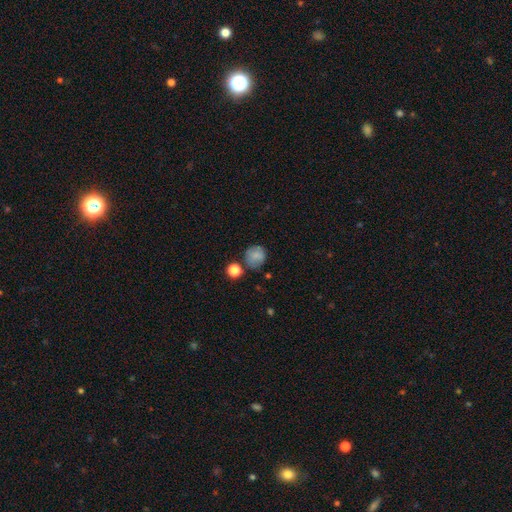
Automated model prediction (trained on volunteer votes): smooth-or-featured: smooth: 78% | featured or disk: 12% | star or artifact: 10%
  how-rounded: round: 84% | in between: 15% | cigar-shaped: 1%
  merging: none: 69% | minor disturbance: 18% | merger: 8% | major disturbance: 5%